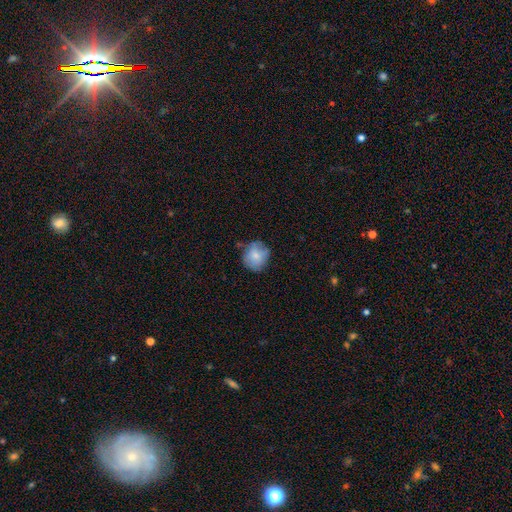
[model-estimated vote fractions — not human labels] A smooth galaxy with no disk features (76%) that is round (83%). Merging: none (66%).